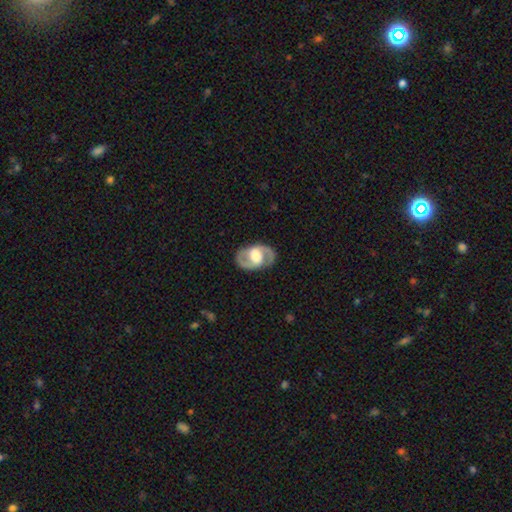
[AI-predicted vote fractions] featured or disk 81%, smooth 15%, star or artifact 5%. Down the decision tree: edge-on disk — no (96%); bar — weak (41%); spiral arms — yes (84%); spiral arm count — 2 (91%); spiral winding — medium (54%); bulge size — large (43%, tied with moderate); merging — none (85%).